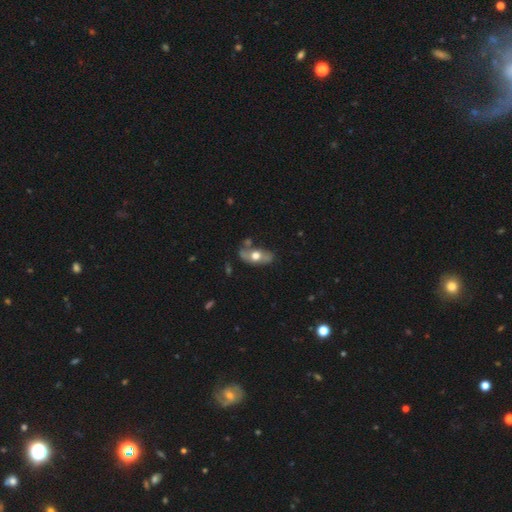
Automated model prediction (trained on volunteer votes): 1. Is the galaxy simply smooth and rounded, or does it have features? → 47% featured or disk, 46% smooth, 7% star or artifact.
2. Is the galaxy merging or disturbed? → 60% none, 23% minor disturbance, 9% major disturbance, 8% merger.